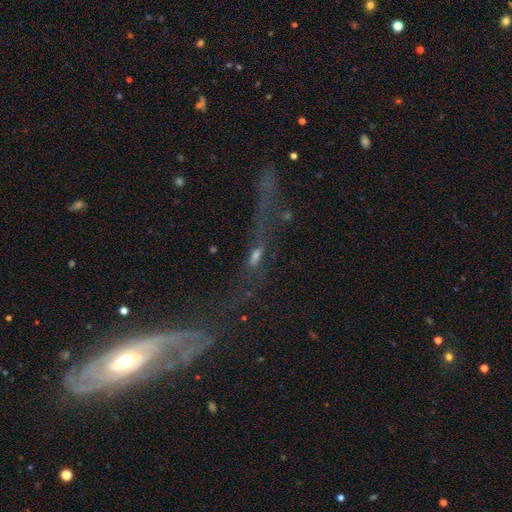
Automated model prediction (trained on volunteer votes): Overall: featured or disk (43%; smooth 30%). Merging: none (38%; major disturbance 30%).